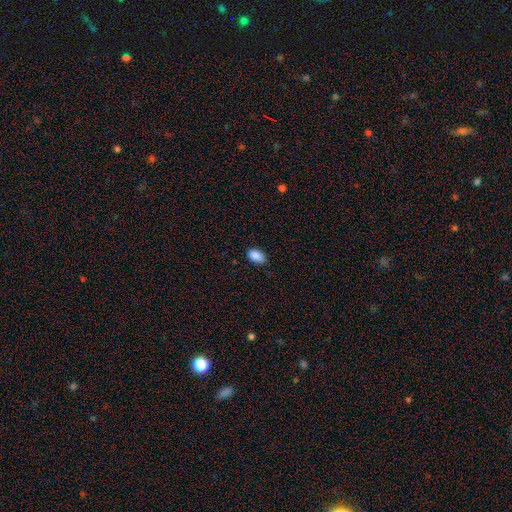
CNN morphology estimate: A smooth galaxy with no disk features (89%) that is in between round and cigar-shaped (90%). Merging: none (82%).